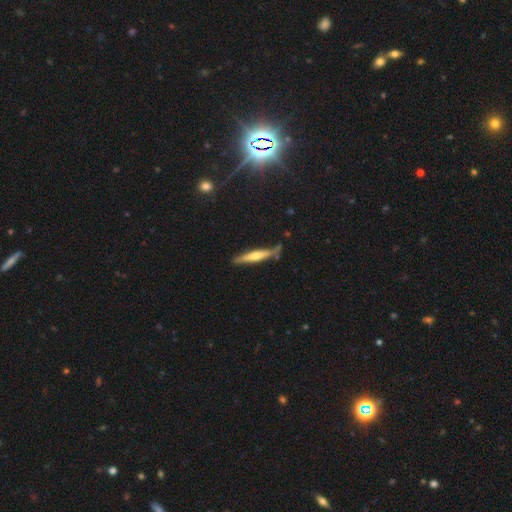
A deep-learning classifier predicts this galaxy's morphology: featured or disk 53%, smooth 41%, star or artifact 6%. Down the decision tree: edge-on disk — yes (93%); merging — none (73%).